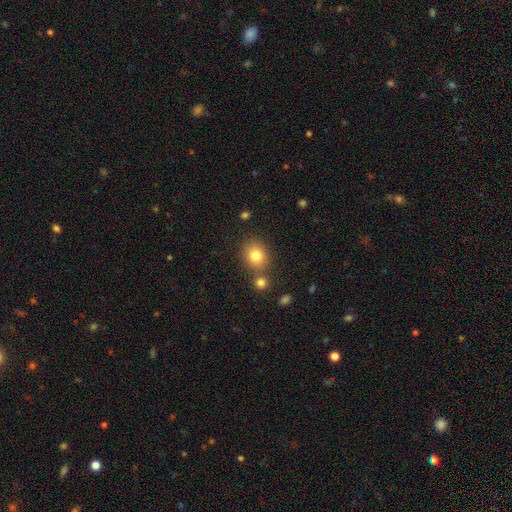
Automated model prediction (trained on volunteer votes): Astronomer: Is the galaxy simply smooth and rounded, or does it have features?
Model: smooth — 81%.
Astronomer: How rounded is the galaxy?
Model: round — 68%.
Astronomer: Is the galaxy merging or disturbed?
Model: none — 73%.